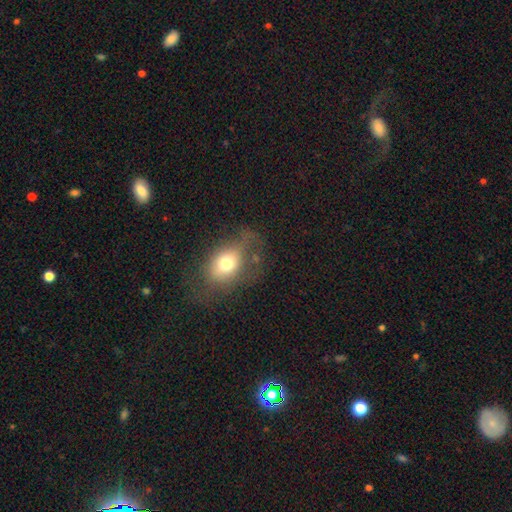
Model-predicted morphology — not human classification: Smooth or featured? smooth (54%)
How rounded? in between (73%)
Merging? none (60%)